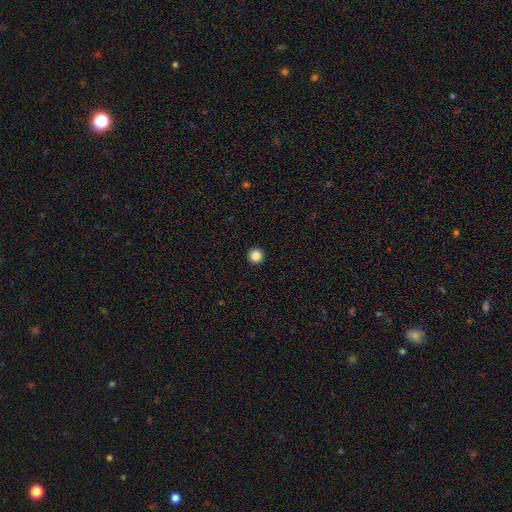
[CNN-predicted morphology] type=smooth (86%); roundness=round (97%); merging=none (94%).